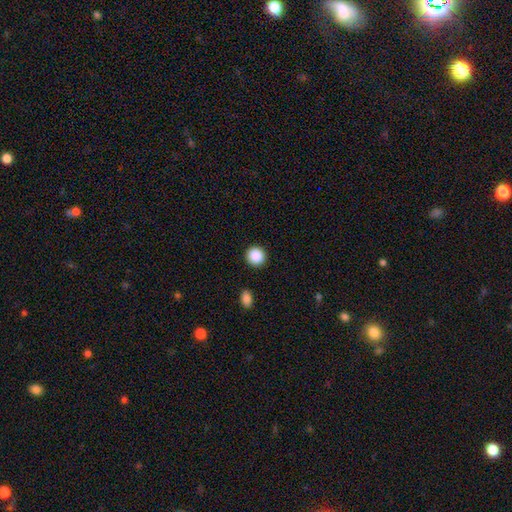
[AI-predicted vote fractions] This is clearly a smooth galaxy (89%). How rounded: clearly round (93%). Merging: clearly none (92%).